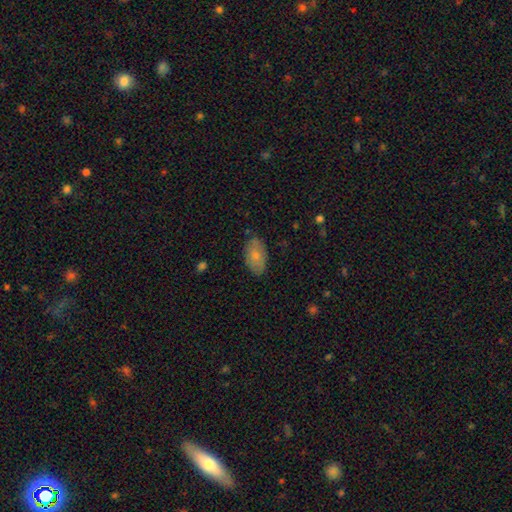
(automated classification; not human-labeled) A smooth galaxy with no disk features (76%) that is in between round and cigar-shaped (93%). Merging: none (81%).